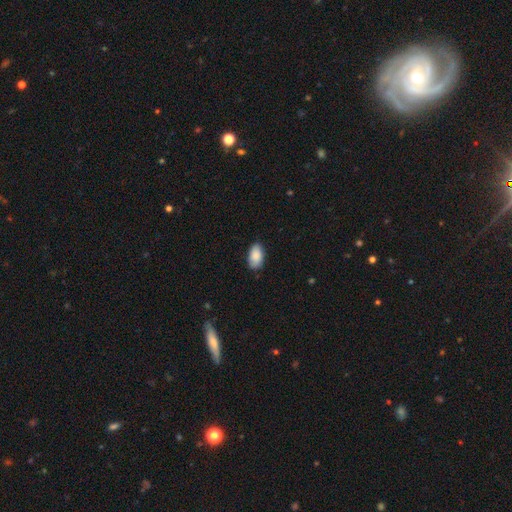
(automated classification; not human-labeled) Q: Smooth or featured?
A: smooth (87%); runner-up: featured or disk (6%)
Q: How rounded?
A: in between (94%); runner-up: round (4%)
Q: Merging?
A: none (81%); runner-up: minor disturbance (16%)